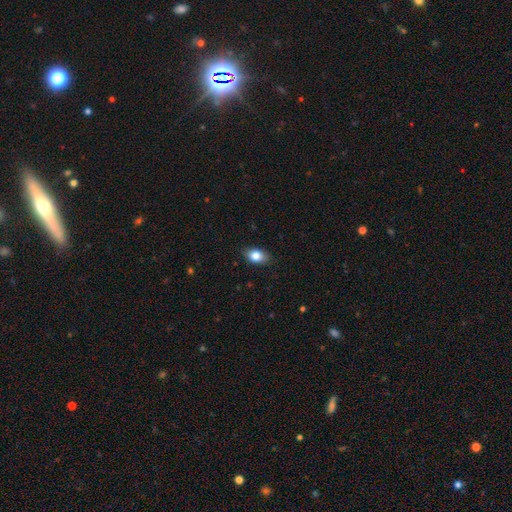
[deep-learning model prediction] Morphology: type=smooth (82%); roundness=in between (83%); merging=none (86%).